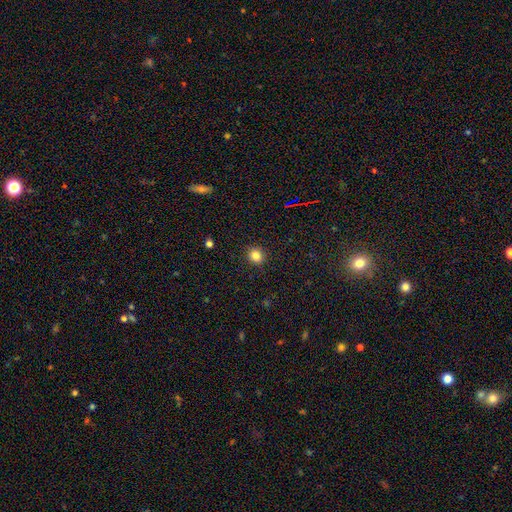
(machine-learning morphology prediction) Smooth or featured? smooth (83%)
How rounded? round (78%)
Merging? none (90%)